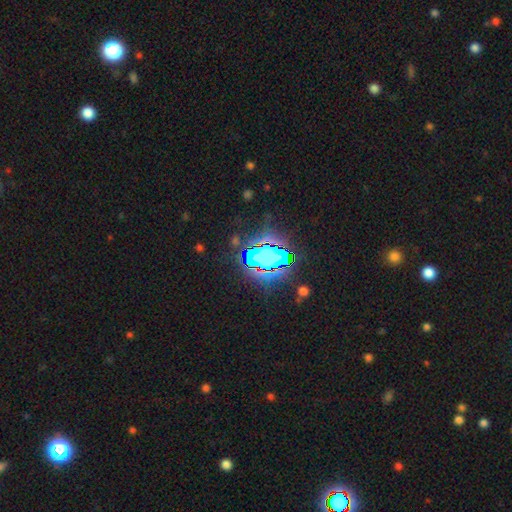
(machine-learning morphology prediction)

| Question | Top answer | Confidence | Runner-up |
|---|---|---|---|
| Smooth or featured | star or artifact | 82% | smooth (11%) |